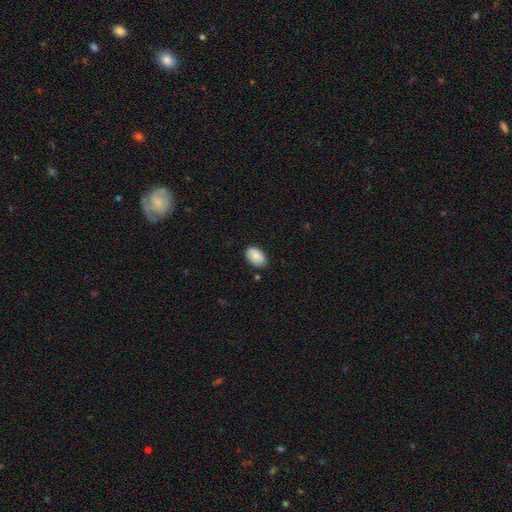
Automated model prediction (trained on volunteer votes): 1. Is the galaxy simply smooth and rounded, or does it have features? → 83% smooth, 10% featured or disk, 7% star or artifact.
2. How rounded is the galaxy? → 91% in between, 8% round, 1% cigar-shaped.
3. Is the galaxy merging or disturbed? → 77% none, 18% minor disturbance, 3% major disturbance, 2% merger.